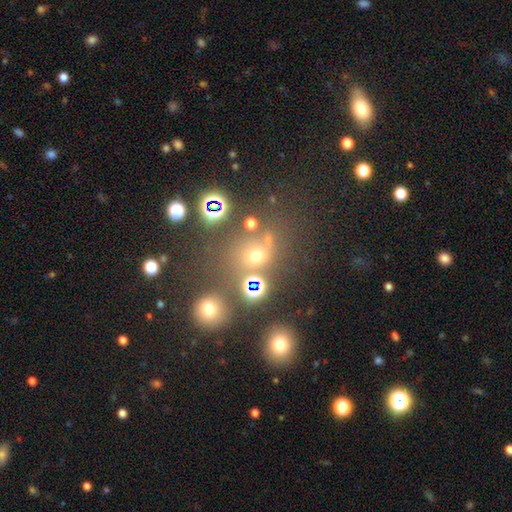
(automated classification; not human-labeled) A smooth galaxy with no disk features (54%) that is round (74%). Merging: none (62%).